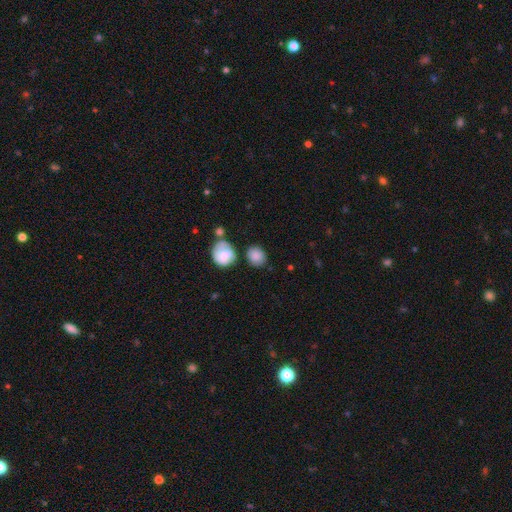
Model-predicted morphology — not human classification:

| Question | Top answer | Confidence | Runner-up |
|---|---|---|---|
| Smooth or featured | smooth | 85% | star or artifact (8%) |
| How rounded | round | 68% | in between (31%) |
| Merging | none | 66% | minor disturbance (18%) |